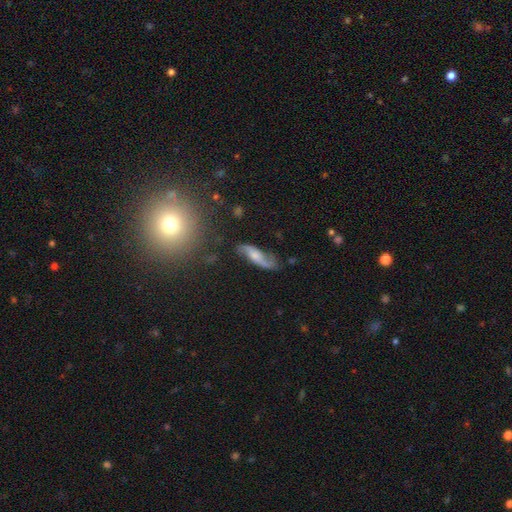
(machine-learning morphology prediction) A featured or disk galaxy (73%) with no bar (54%), 2 (90%) loose (74%) spiral arms (94%) and a small central bulge (38%). Merging: none (68%).